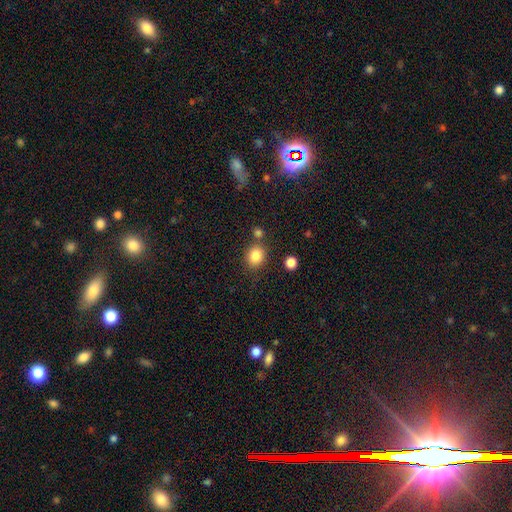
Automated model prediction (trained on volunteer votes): A smooth galaxy with no disk features (84%) that is round (67%).

Vote fractions:
- Smooth or featured? smooth: 84% / star or artifact: 11% / featured or disk: 6%
- How rounded? round: 67% / in between: 32% / cigar-shaped: 1%
- Merging? none: 75% / merger: 11% / minor disturbance: 11% / major disturbance: 3%